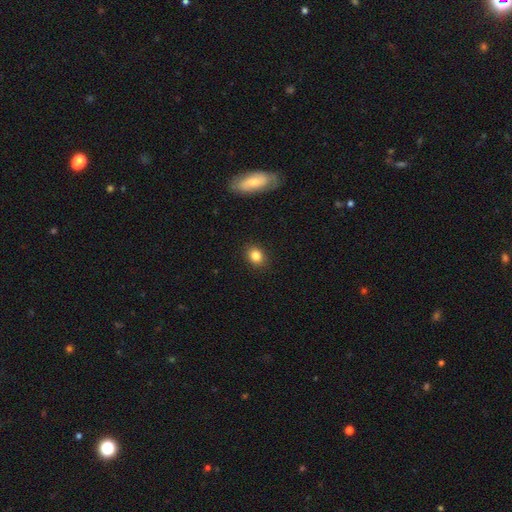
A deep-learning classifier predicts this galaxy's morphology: Smooth or featured: smooth — 84% (star or artifact — 10%)
How rounded: round — 53% (in between — 46%)
Merging: none — 89% (minor disturbance — 8%)